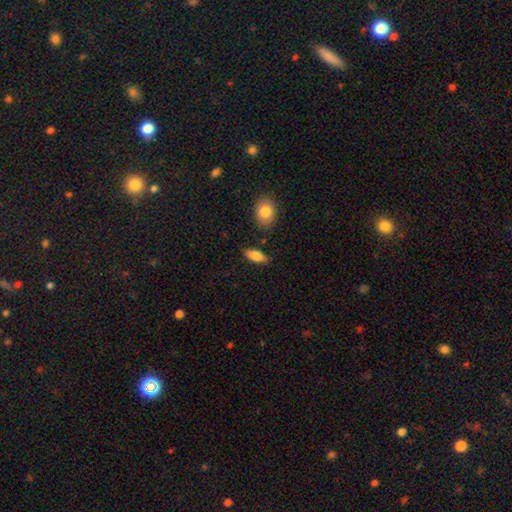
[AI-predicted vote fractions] A smooth galaxy with no disk features (77%) that is in between round and cigar-shaped (82%). Merging: none (81%).